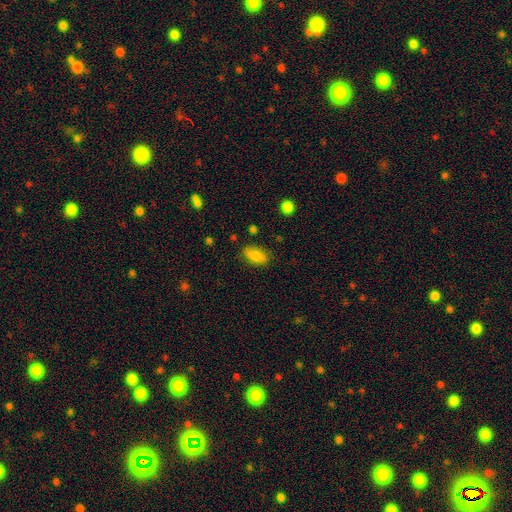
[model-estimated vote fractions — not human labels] Smooth or featured? Predicted: smooth (p=0.84). How rounded? Predicted: in between (p=0.87). Merging? Predicted: none (p=0.81).